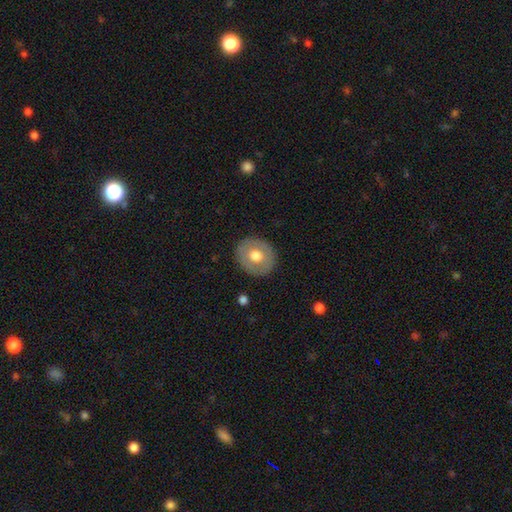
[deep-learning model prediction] Overall: smooth (62%; featured or disk 32%). How rounded: round (69%; in between 31%). Merging: none (88%).